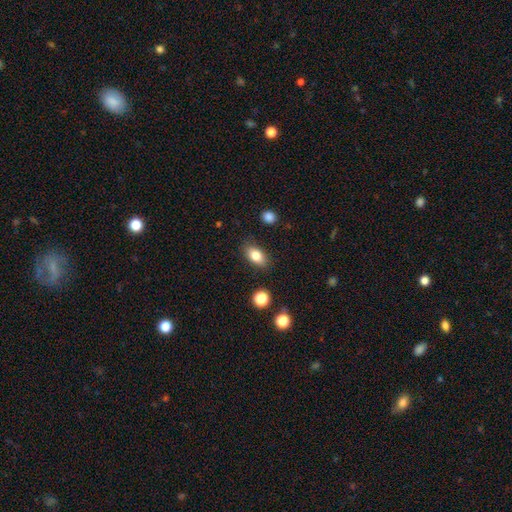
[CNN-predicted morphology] The model was most divided on "smooth or featured": smooth: 81%, featured or disk: 10%, star or artifact: 8%. More confident: how rounded — in between (87%); merging — none (85%).